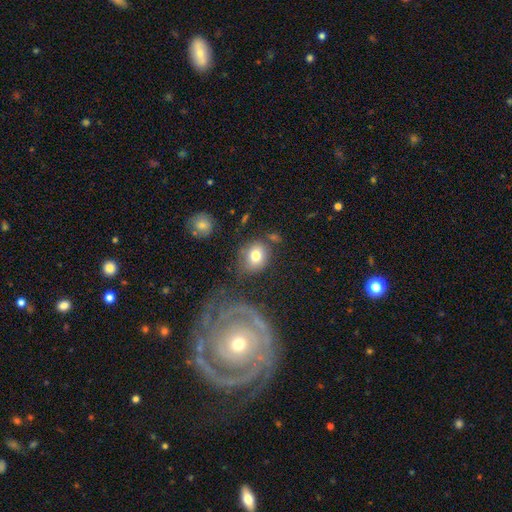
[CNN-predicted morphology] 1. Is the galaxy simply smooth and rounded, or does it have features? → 76% smooth, 15% featured or disk, 9% star or artifact.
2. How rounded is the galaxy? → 55% round, 44% in between, 1% cigar-shaped.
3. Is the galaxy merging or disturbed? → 62% none, 19% minor disturbance, 10% merger, 9% major disturbance.